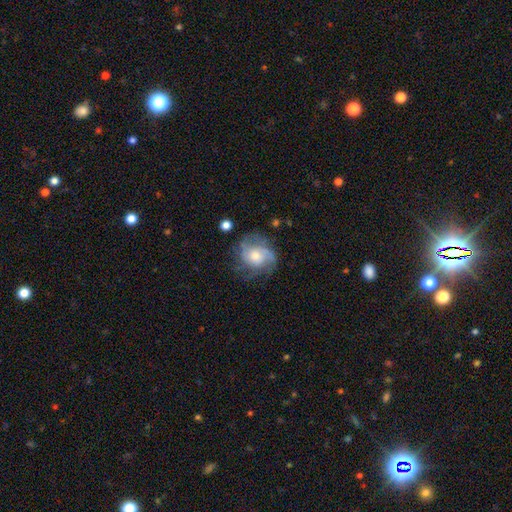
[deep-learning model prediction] Smooth or featured?
  - featured or disk: 69% *
  - smooth: 23%
  - star or artifact: 8%
Edge-on disk?
  - no: 98% *
  - yes: 2%
Bar?
  - no: 78% *
  - weak: 19%
  - strong: 3%
Spiral arms?
  - yes: 88% *
  - no: 12%
Spiral winding?
  - medium: 41% *
  - tight: 40%
  - loose: 19%
Spiral arm count?
  - 3: 30% * (tied)
  - can't tell: 30% * (tied)
  - 2: 21%
  - 4: 9%
  - 1: 6%
  - more than 4: 5%
Bulge size?
  - moderate: 55% *
  - small: 29%
  - large: 12%
  - none: 3%
  - dominant: 2%
Merging?
  - none: 65% *
  - minor disturbance: 20%
  - major disturbance: 13%
  - merger: 2%